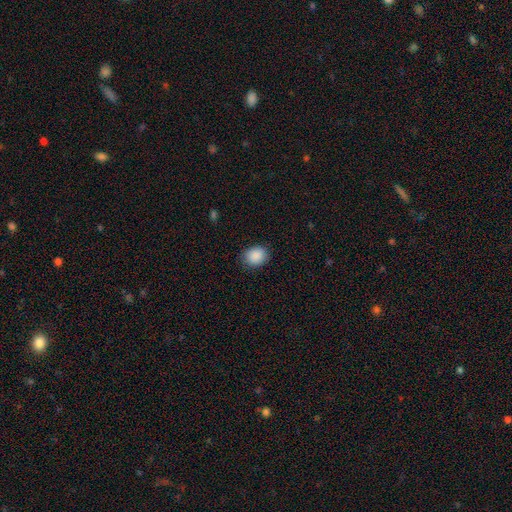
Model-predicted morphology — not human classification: A smooth galaxy with no disk features (89%) that is round (53%).

Vote fractions:
- Smooth or featured? smooth: 89% / star or artifact: 8% / featured or disk: 3%
- How rounded? round: 53% / in between: 46% / cigar-shaped: 1%
- Merging? none: 85% / minor disturbance: 12% / major disturbance: 3% / merger: 1%